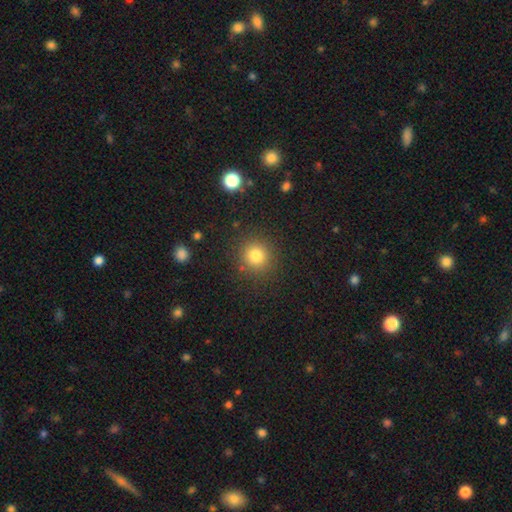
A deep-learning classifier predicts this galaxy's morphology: This is clearly a smooth galaxy (80%). How rounded: clearly round (91%). Merging: clearly none (87%).